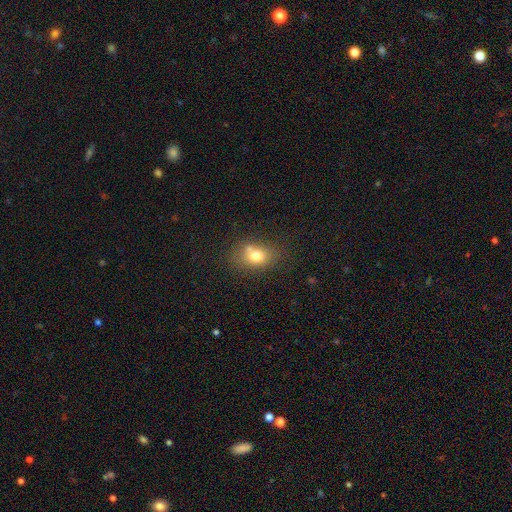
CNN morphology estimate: Smooth or featured? smooth (75%)
How rounded? in between (62%)
Merging? none (58%)